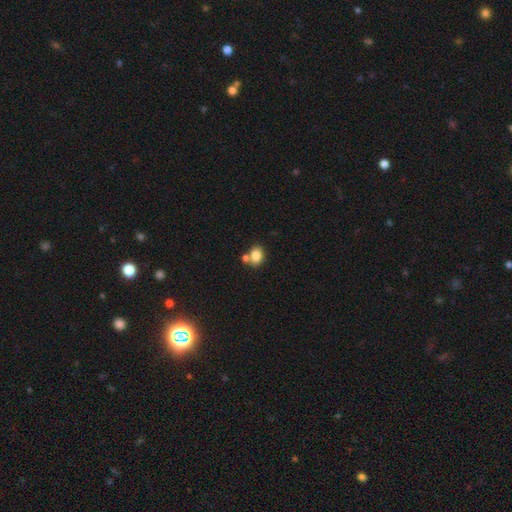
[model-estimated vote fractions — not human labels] Smooth or featured? Predicted: smooth (p=0.83). How rounded? Predicted: in between (p=0.63). Merging? Predicted: none (p=0.58).